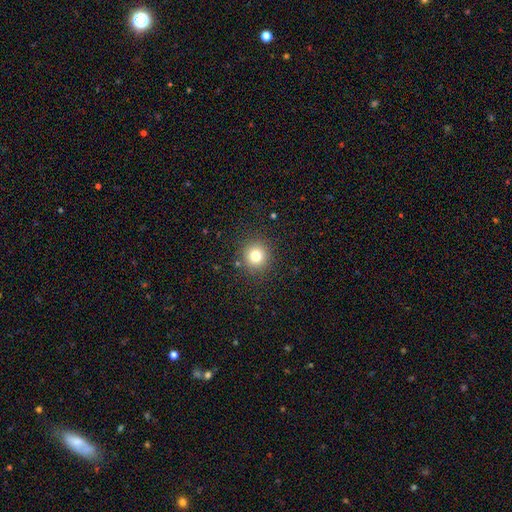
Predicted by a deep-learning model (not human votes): Overall: smooth (79%). How rounded: round (92%). Merging: none (89%).